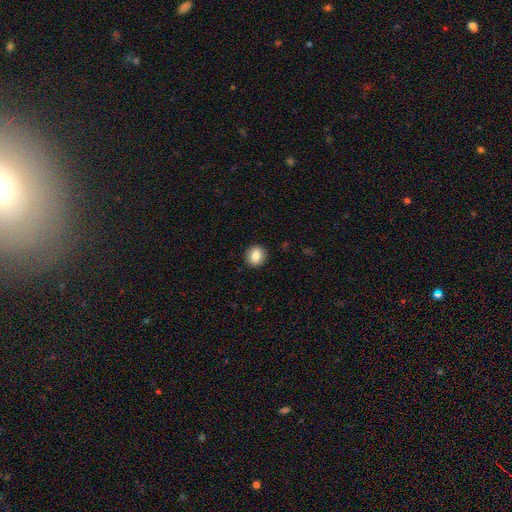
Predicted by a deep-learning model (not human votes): Smooth or featured? Predicted: smooth (p=0.84). How rounded? Predicted: round (p=0.78). Merging? Predicted: none (p=0.91).